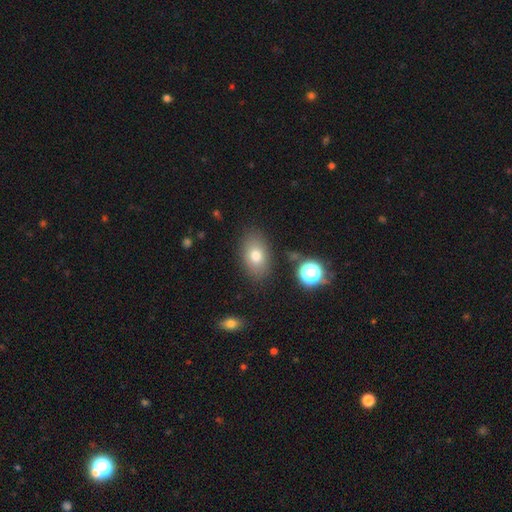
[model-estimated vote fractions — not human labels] smooth-or-featured: smooth: 75% | featured or disk: 14% | star or artifact: 11%
  how-rounded: in between: 86% | round: 12% | cigar-shaped: 2%
  merging: none: 83% | minor disturbance: 11% | major disturbance: 4% | merger: 3%